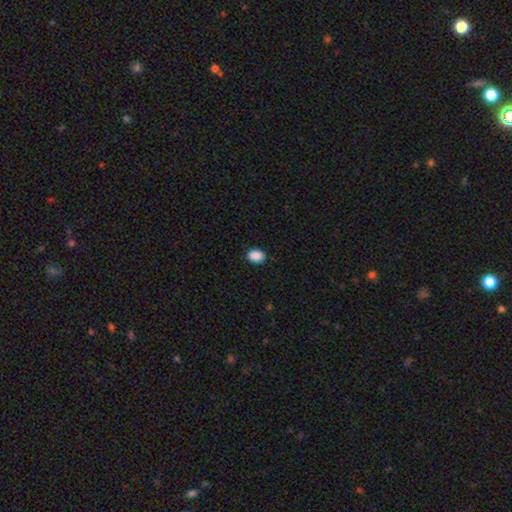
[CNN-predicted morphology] A smooth galaxy with no disk features (90%) that is in between round and cigar-shaped (72%). Merging: none (88%).